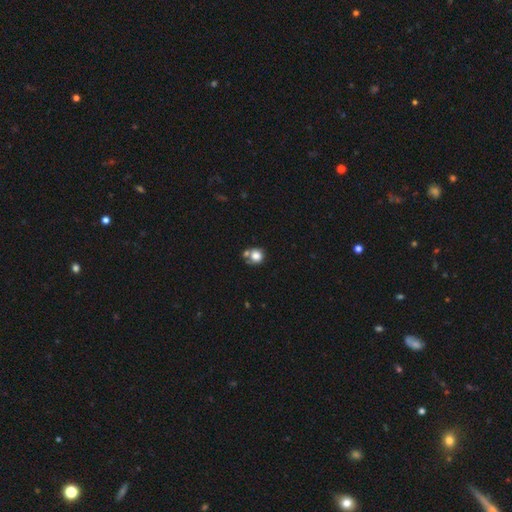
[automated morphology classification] smooth 80%, star or artifact 11%, featured or disk 9%. Down the decision tree: how rounded — round (86%); merging — none (53%).